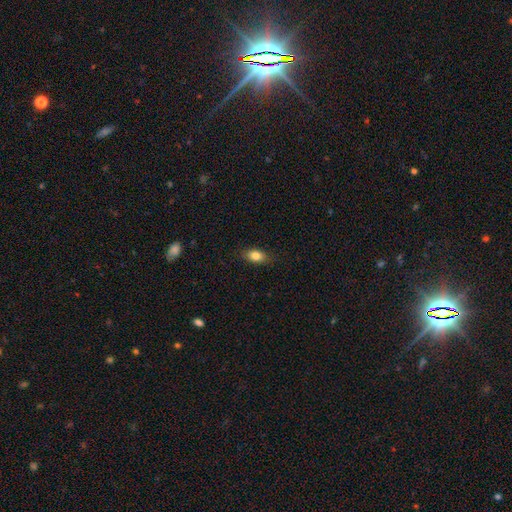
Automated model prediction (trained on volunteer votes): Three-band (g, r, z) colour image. It shows a smooth galaxy with no disk features (82%) that is in between round and cigar-shaped (84%). Merging: none (84%).